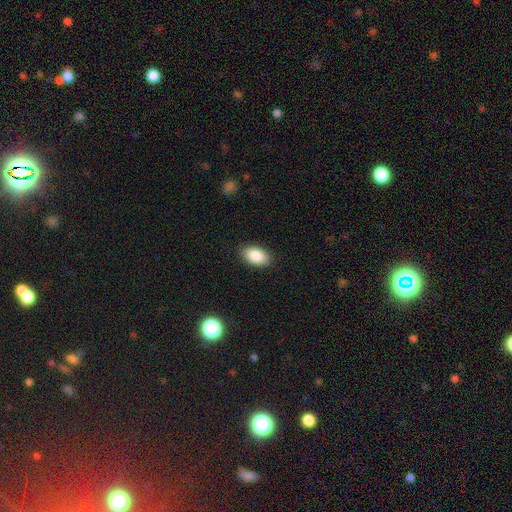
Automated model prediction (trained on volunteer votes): A smooth galaxy with no disk features (87%) that is in between round and cigar-shaped (93%). Merging: none (88%).